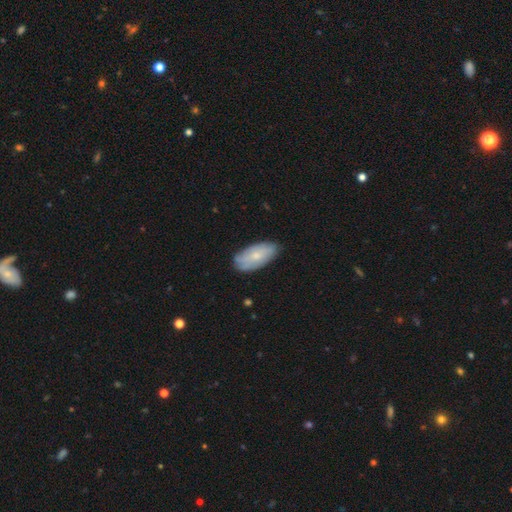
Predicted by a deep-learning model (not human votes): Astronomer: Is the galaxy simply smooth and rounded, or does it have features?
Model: smooth — 64%.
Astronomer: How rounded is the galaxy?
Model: in between — 92%.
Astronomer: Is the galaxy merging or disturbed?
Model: none — 77%.